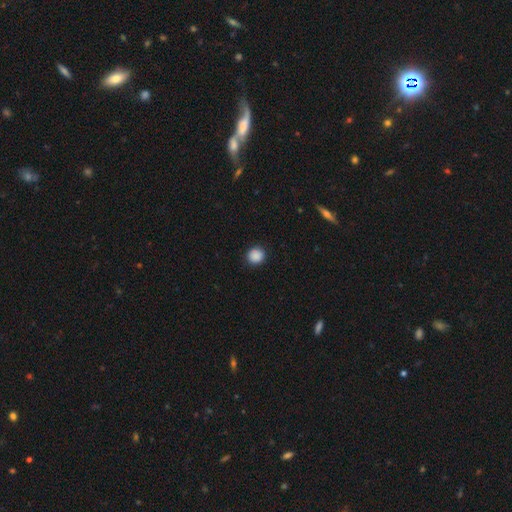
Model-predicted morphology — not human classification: type=smooth (89%); roundness=round (89%); merging=none (90%).